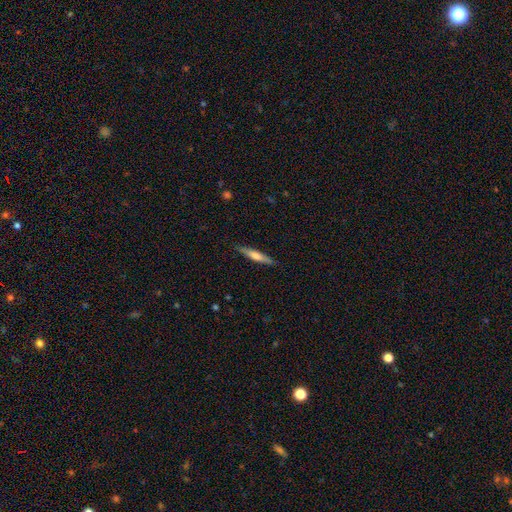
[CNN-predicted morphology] Smooth or featured? Predicted: smooth (p=0.48). Merging? Predicted: none (p=0.88).